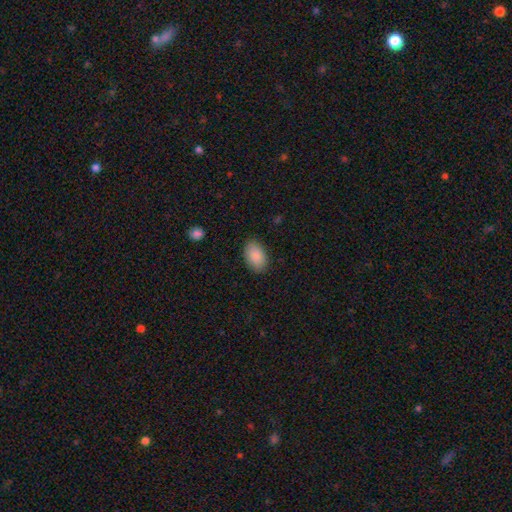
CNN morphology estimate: This appears to be a smooth galaxy with no disk features (88%) that is in between round and cigar-shaped (93%). Merging: none (87%).